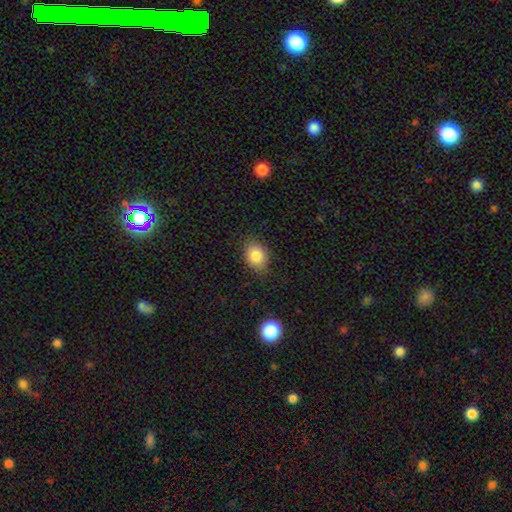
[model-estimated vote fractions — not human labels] Morphology: type=smooth (85%); roundness=in between (66%); merging=none (82%).